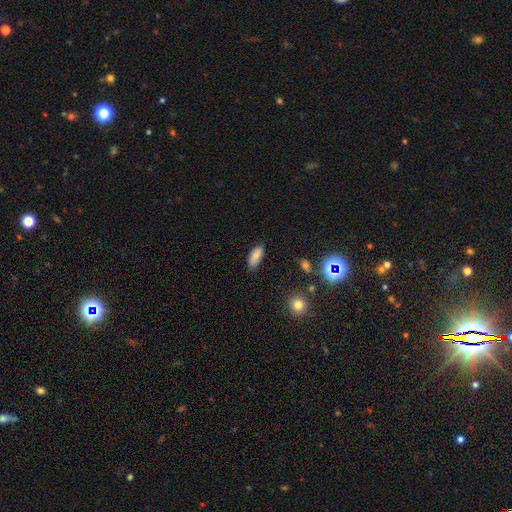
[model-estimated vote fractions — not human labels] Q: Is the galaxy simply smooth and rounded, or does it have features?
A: smooth — 83%.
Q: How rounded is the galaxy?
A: in between — 82%.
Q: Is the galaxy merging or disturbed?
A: none — 82%.